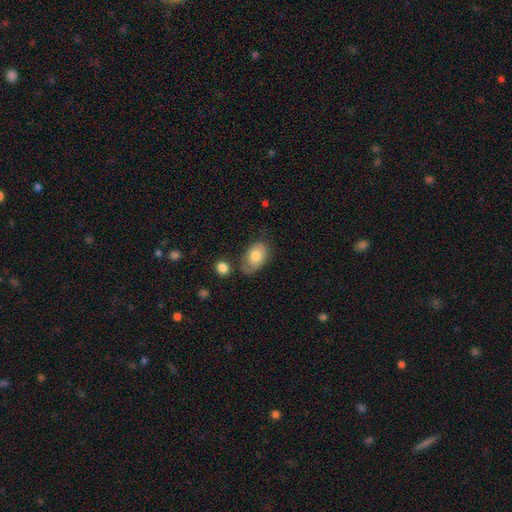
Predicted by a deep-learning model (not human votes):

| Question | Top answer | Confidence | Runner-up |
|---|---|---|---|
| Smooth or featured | smooth | 73% | featured or disk (20%) |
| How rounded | in between | 88% | round (11%) |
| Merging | none | 53% | minor disturbance (30%) |